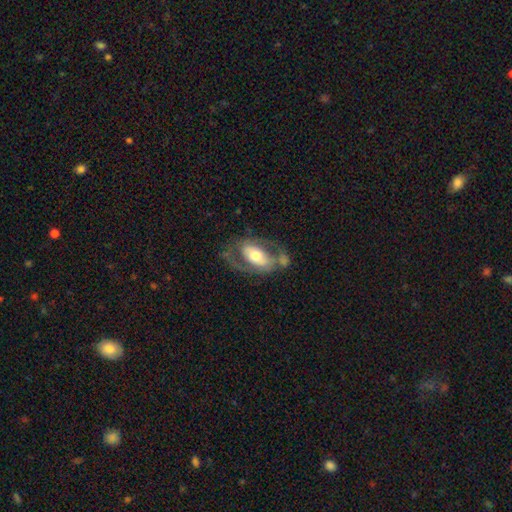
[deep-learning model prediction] Q: Smooth or featured?
A: featured or disk (67%); runner-up: smooth (28%)
Q: Edge-on disk?
A: no (92%); runner-up: yes (8%)
Q: Bar?
A: no (42%); runner-up: weak (31%)
Q: Spiral arms?
A: yes (63%); runner-up: no (37%)
Q: Bulge size?
A: moderate (65%); runner-up: large (21%)
Q: Merging?
A: none (48%); runner-up: minor disturbance (21%)